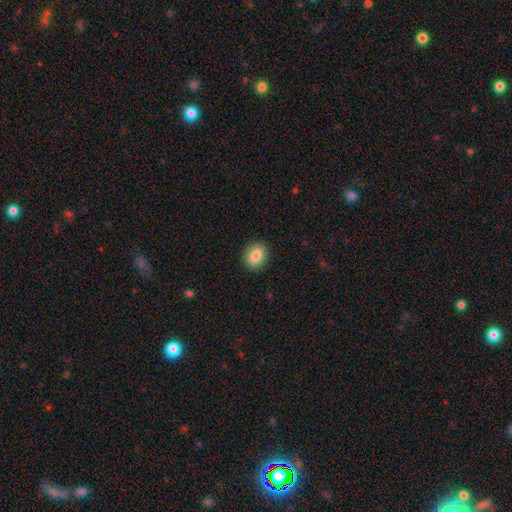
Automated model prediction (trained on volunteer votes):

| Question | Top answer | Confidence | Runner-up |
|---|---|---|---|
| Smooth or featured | smooth | 83% | featured or disk (9%) |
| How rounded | round | 54% | in between (45%) |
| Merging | none | 90% | minor disturbance (7%) |